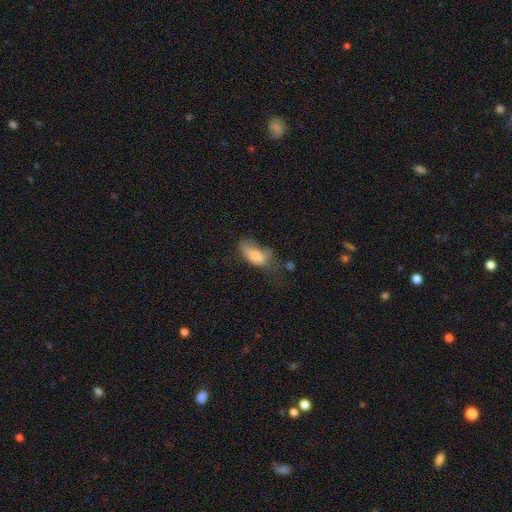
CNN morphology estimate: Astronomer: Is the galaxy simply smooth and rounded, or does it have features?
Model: smooth — 74%.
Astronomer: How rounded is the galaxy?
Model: in between — 90%.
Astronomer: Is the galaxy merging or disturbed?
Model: major disturbance — 40% (runner-up: minor disturbance, 30%).